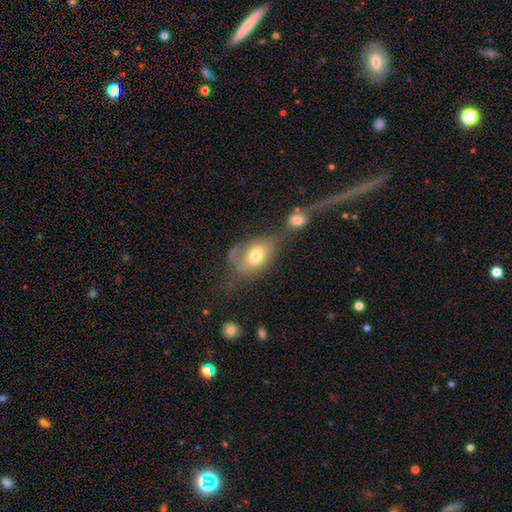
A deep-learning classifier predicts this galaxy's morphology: Smooth or featured: smooth — 65% (featured or disk — 26%)
How rounded: in between — 79% (round — 18%)
Merging: merger — 35% (none — 25%)